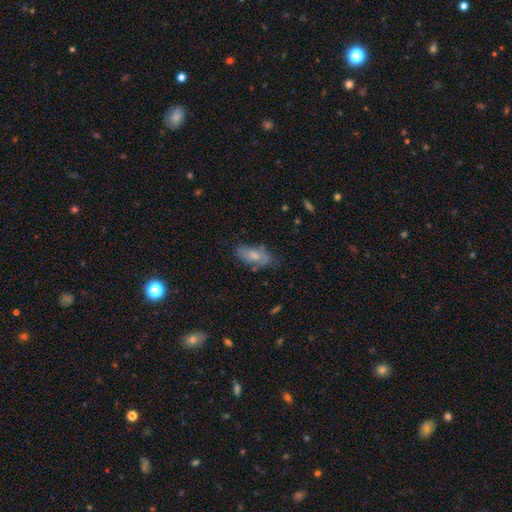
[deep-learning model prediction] This appears to be a smooth galaxy with no disk features (50%) that is in between round and cigar-shaped (79%). Merging: none (70%).